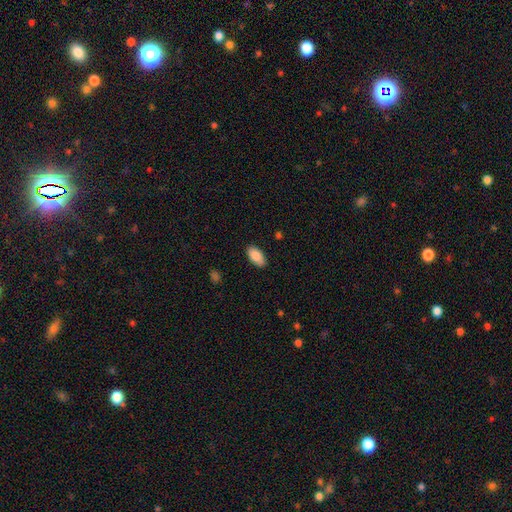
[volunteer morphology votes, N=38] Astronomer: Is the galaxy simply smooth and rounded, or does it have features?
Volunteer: smooth — 92%.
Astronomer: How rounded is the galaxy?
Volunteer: in between — 94%.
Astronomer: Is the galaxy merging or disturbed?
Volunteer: none — 95%.